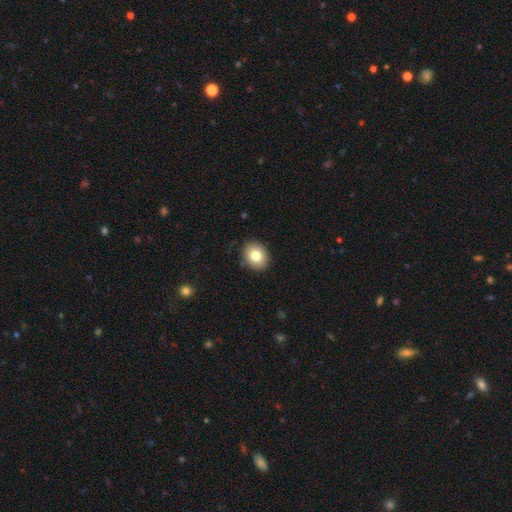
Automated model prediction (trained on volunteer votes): A smooth galaxy with no disk features (79%) that is round (57%). Merging: none (87%).